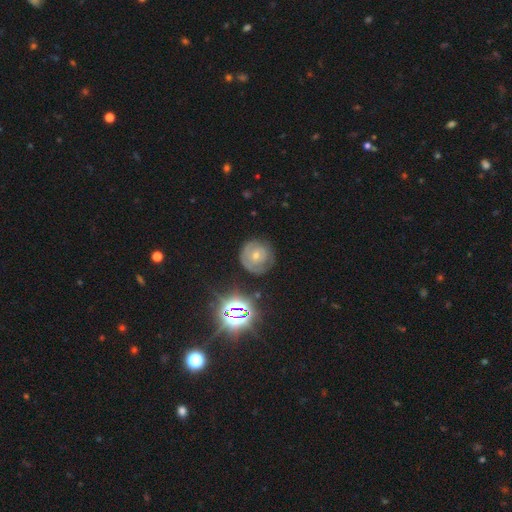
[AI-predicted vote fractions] Smooth or featured? featured or disk (59%)
Edge-on disk? no (97%)
Bar? no (77%)
Spiral arms? yes (72%)
Bulge size? small (57%)
Merging? none (70%)